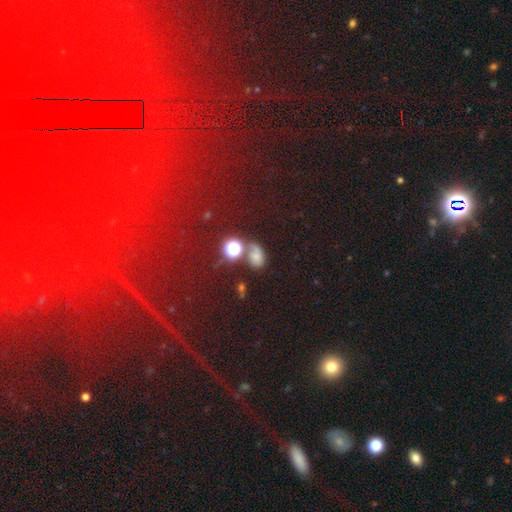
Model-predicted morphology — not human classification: smooth 48%, star or artifact 30%, featured or disk 22%. Down the decision tree: merging — none (44%).